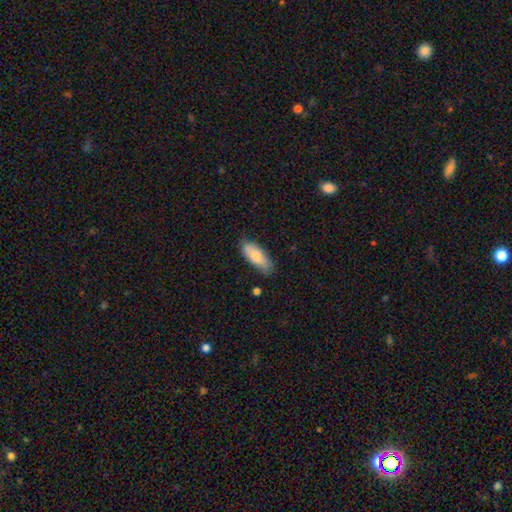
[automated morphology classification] smooth_or_featured: smooth (p=0.77) [alt: featured or disk p=0.17]
how_rounded: in between (p=0.75) [alt: cigar-shaped p=0.23]
merging: none (p=0.72) [alt: minor disturbance p=0.21]